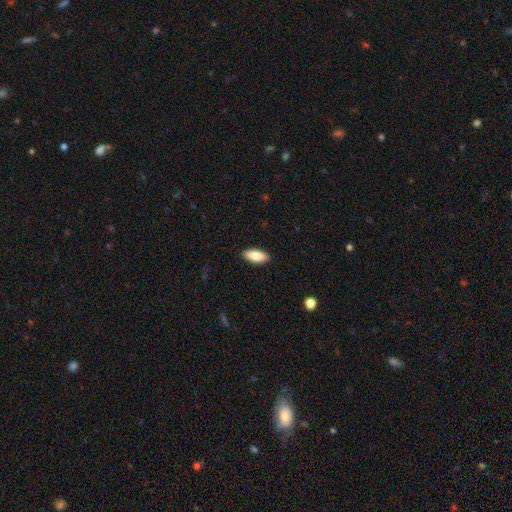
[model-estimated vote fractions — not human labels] Smooth or featured? smooth (83%)
How rounded? in between (81%)
Merging? none (90%)